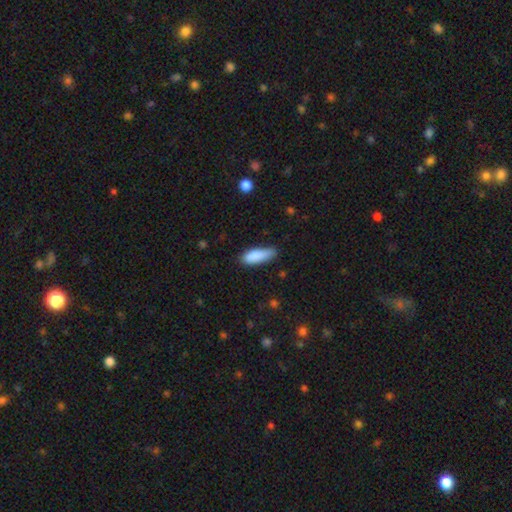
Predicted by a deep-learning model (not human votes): Smooth or featured? Predicted: smooth (p=0.87). How rounded? Predicted: in between (p=0.56). Merging? Predicted: none (p=0.67).